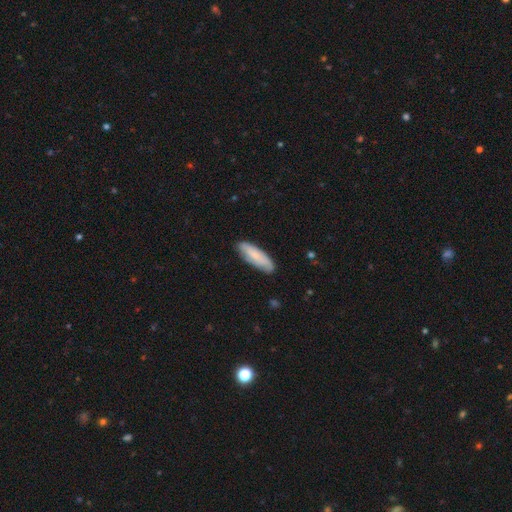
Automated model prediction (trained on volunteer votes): Smooth or featured? Predicted: smooth (p=0.75). How rounded? Predicted: in between (p=0.52). Merging? Predicted: none (p=0.79).